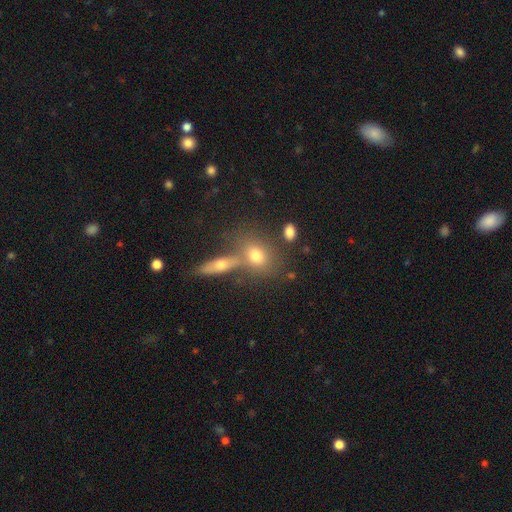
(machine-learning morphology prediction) This appears to be a smooth galaxy with no disk features (70%) that is in between round and cigar-shaped (57%). Merging: none (53%).